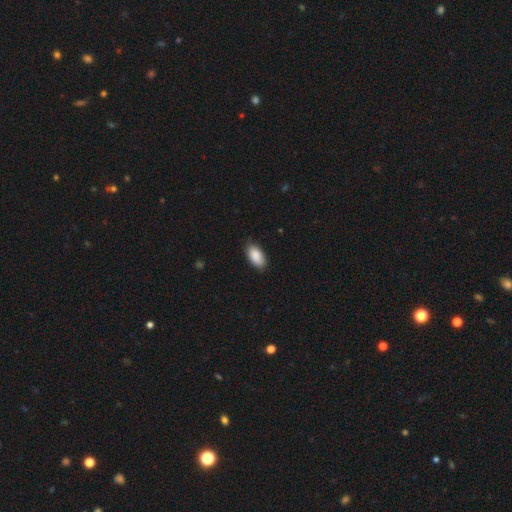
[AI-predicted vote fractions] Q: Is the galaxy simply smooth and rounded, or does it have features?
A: smooth — 90%.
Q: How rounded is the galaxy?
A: in between — 94%.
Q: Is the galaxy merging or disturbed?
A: none — 84%.